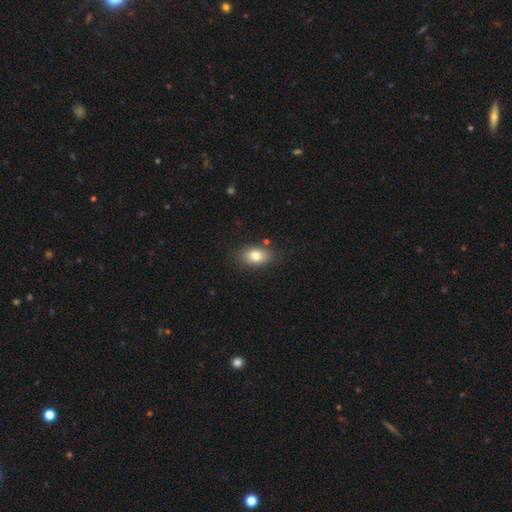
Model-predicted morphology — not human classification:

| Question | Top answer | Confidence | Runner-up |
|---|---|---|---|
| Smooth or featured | smooth | 80% | featured or disk (12%) |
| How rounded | in between | 86% | round (11%) |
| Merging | none | 81% | minor disturbance (13%) |